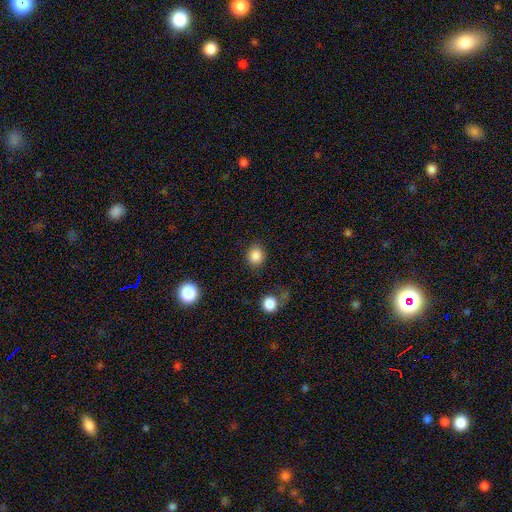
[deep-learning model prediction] smooth 87%, star or artifact 10%, featured or disk 4%. Down the decision tree: how rounded — round (77%); merging — none (85%).